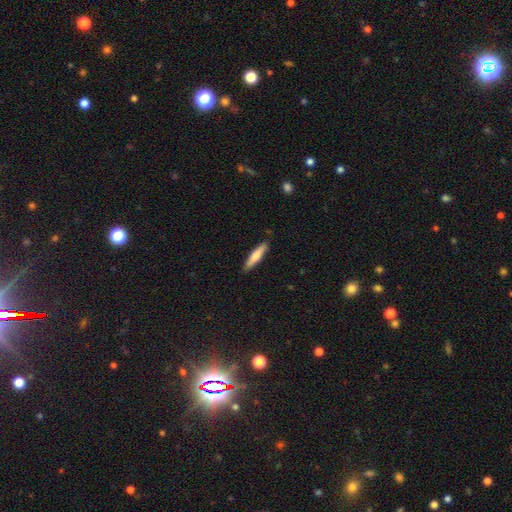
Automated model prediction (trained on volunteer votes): smooth_or_featured: smooth (p=0.62) [alt: featured or disk p=0.32]
how_rounded: cigar-shaped (p=0.84) [alt: in between p=0.15]
merging: none (p=0.89) [alt: minor disturbance p=0.08]